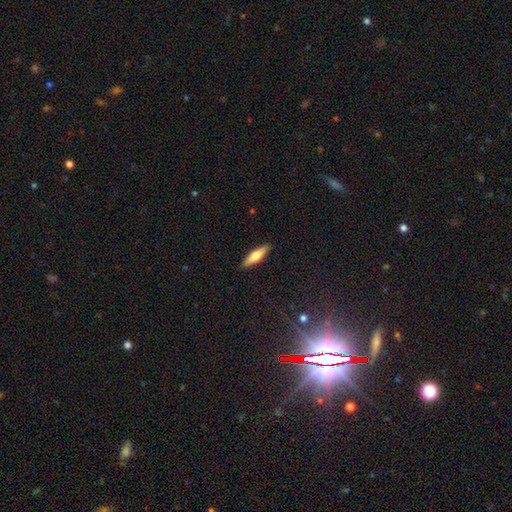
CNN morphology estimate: Smooth or featured? Predicted: smooth (p=0.62). How rounded? Predicted: cigar-shaped (p=0.66). Merging? Predicted: none (p=0.89).